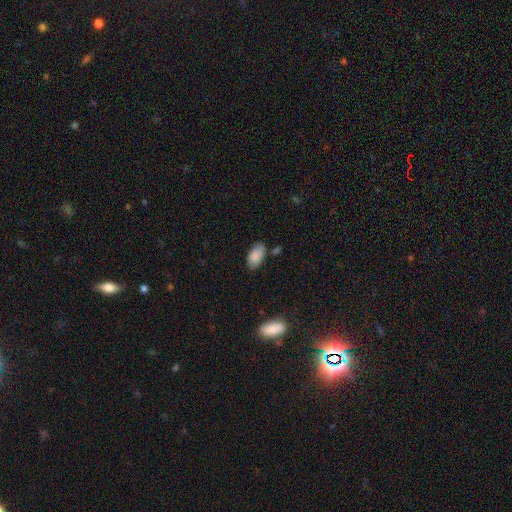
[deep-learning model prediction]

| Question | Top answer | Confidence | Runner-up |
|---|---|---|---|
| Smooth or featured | smooth | 87% | star or artifact (7%) |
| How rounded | in between | 94% | round (4%) |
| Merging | none | 71% | minor disturbance (20%) |